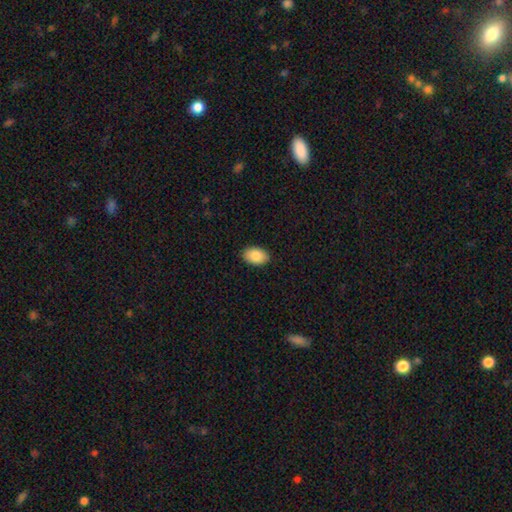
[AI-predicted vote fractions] Morphology: type=smooth (87%); roundness=in between (88%); merging=none (90%).